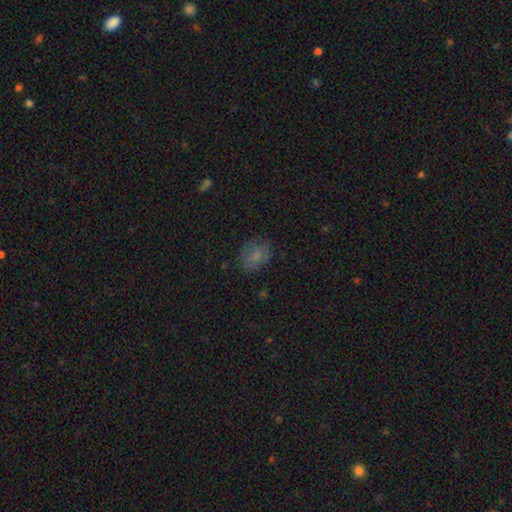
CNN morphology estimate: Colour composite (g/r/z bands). It shows a smooth galaxy with no disk features (77%) that is in between round and cigar-shaped (54%). Merging: none (74%).